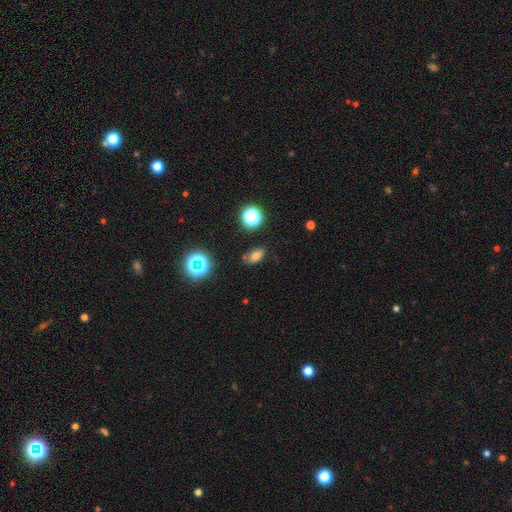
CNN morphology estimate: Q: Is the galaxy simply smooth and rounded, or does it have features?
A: smooth — 69%.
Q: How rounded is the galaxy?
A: in between — 83%.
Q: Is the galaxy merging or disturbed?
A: none — 79%.